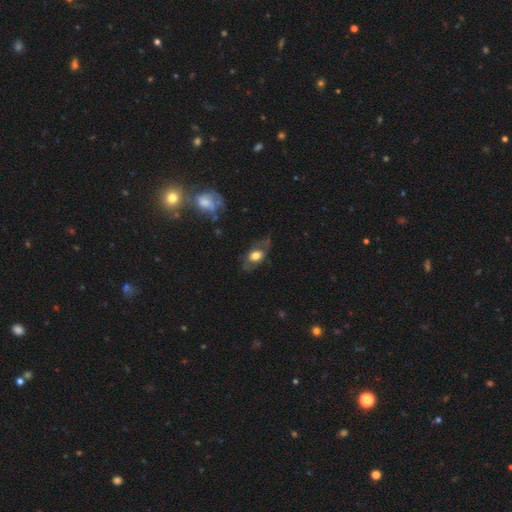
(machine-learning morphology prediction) Smooth or featured: smooth — 53% (featured or disk — 40%)
How rounded: in between — 80% (round — 17%)
Merging: none — 59% (minor disturbance — 24%)